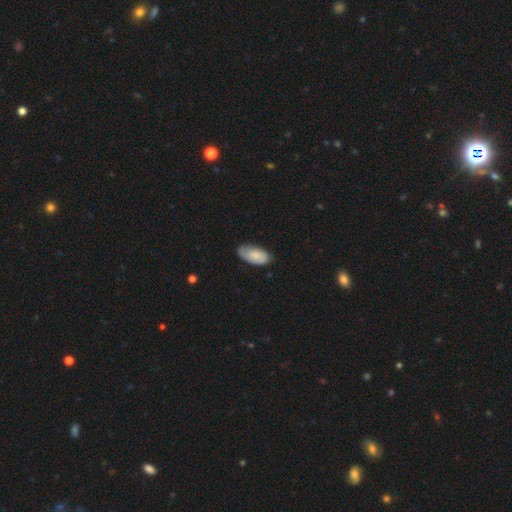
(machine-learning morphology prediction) This appears to be a smooth galaxy with no disk features (71%) that is in between round and cigar-shaped (94%). Merging: none (67%).